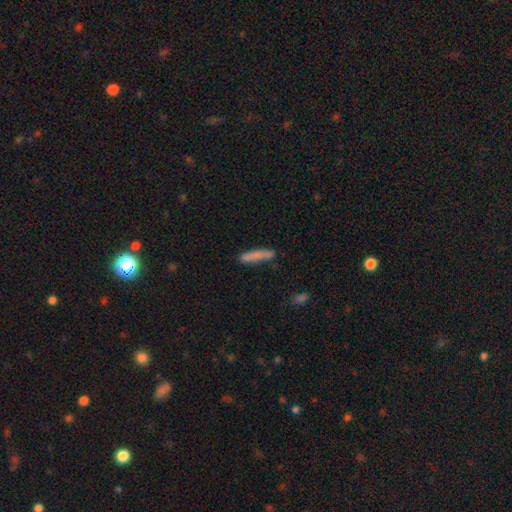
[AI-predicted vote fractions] Smooth or featured? smooth (81%)
How rounded? cigar-shaped (90%)
Merging? none (81%)